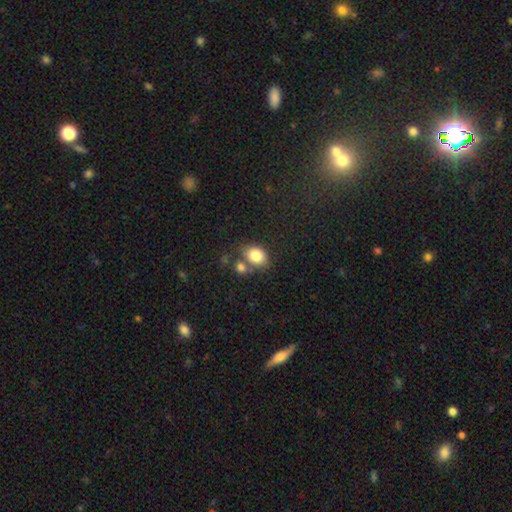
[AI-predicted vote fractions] Smooth or featured? Predicted: smooth (p=0.83). How rounded? Predicted: in between (p=0.60). Merging? Predicted: none (p=0.53).